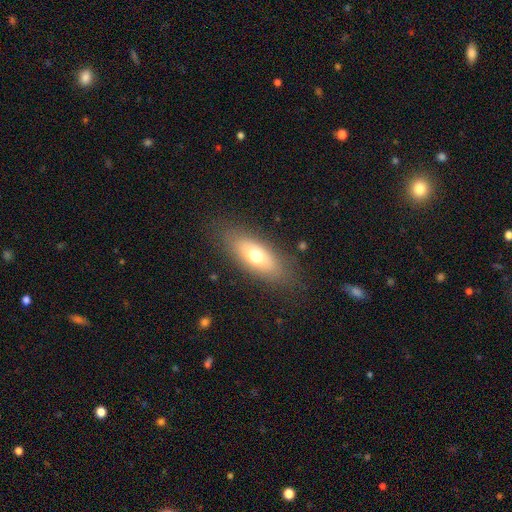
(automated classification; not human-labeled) Q: Smooth or featured?
A: smooth (65%); runner-up: featured or disk (27%)
Q: How rounded?
A: in between (77%); runner-up: cigar-shaped (19%)
Q: Merging?
A: none (81%); runner-up: minor disturbance (13%)